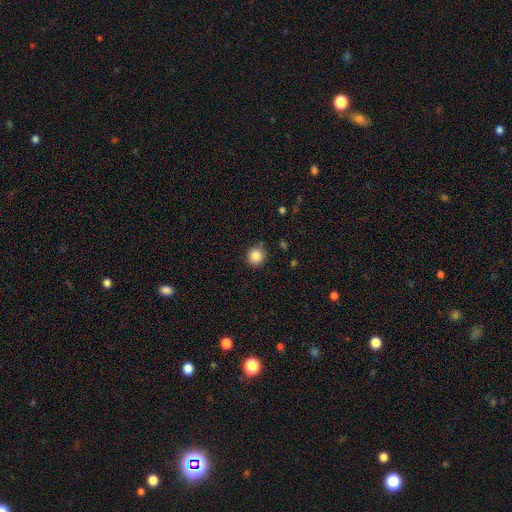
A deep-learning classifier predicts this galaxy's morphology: Overall: smooth (85%). How rounded: round (91%). Merging: none (81%).